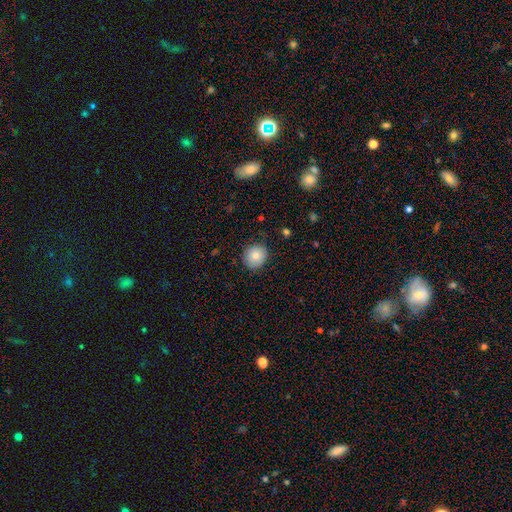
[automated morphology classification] A smooth galaxy with no disk features (83%) that is round (83%). Merging: none (81%).